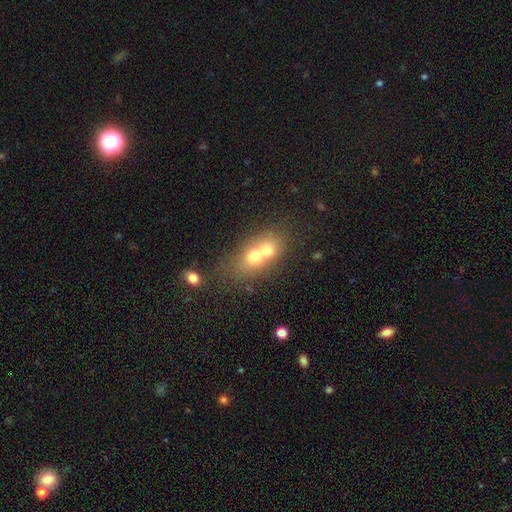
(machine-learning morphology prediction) smooth 60%, featured or disk 28%, star or artifact 11%. Down the decision tree: how rounded — in between (56%); merging — merger (67%).